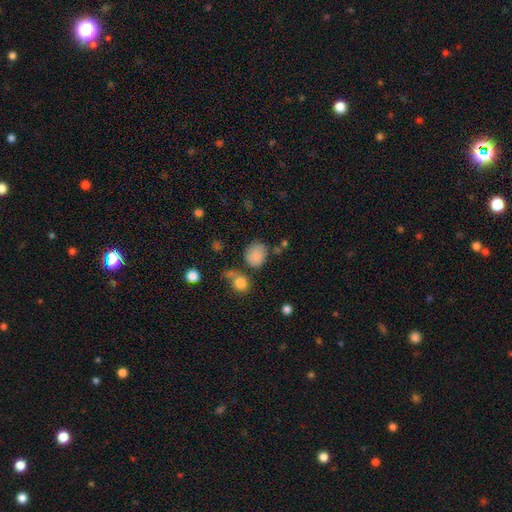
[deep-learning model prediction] smooth 82%, star or artifact 11%, featured or disk 7%. Down the decision tree: how rounded — round (67%); merging — none (58%).